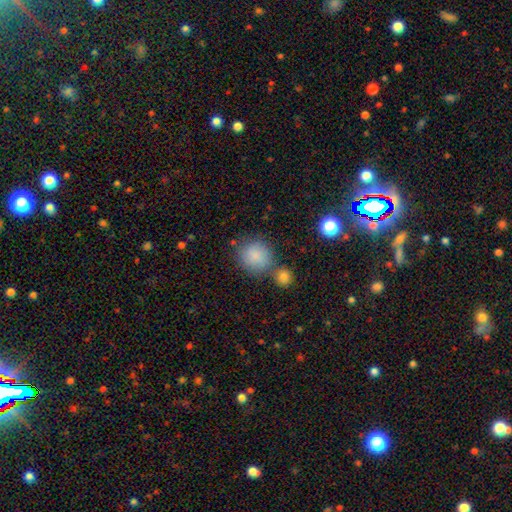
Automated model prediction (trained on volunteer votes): smooth-or-featured: smooth: 85% | star or artifact: 9% | featured or disk: 6%
  how-rounded: round: 88% | in between: 11% | cigar-shaped: 1%
  merging: none: 65% | merger: 17% | minor disturbance: 13% | major disturbance: 4%